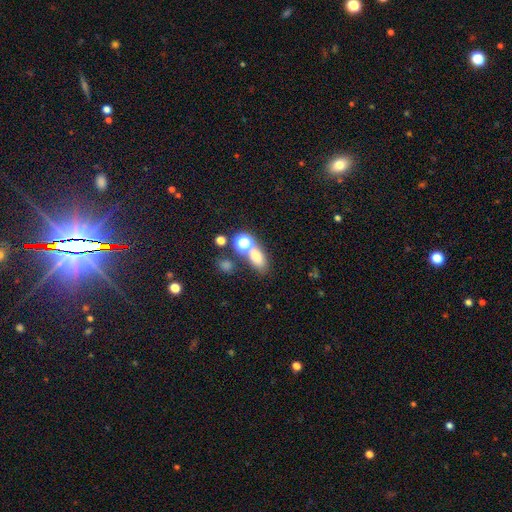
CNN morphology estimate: Smooth or featured?
  - smooth: 68% *
  - star or artifact: 20%
  - featured or disk: 12%
How rounded?
  - in between: 70% *
  - round: 26%
  - cigar-shaped: 4%
Merging?
  - none: 51% *
  - merger: 32%
  - minor disturbance: 11%
  - major disturbance: 6%